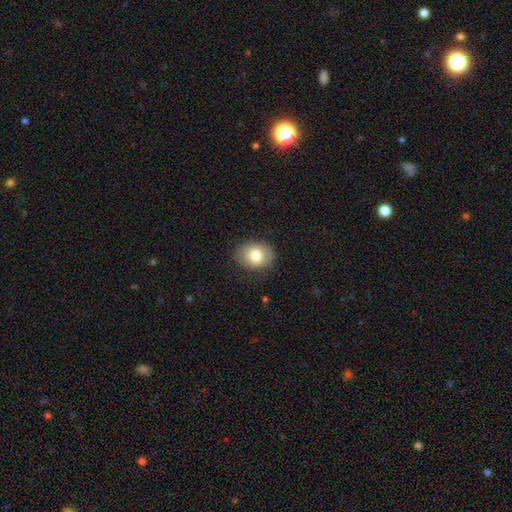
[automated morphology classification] smooth-or-featured: smooth: 78% | featured or disk: 15% | star or artifact: 8%
  how-rounded: in between: 61% | round: 38% | cigar-shaped: 1%
  merging: none: 82% | minor disturbance: 14% | major disturbance: 4% | merger: 1%